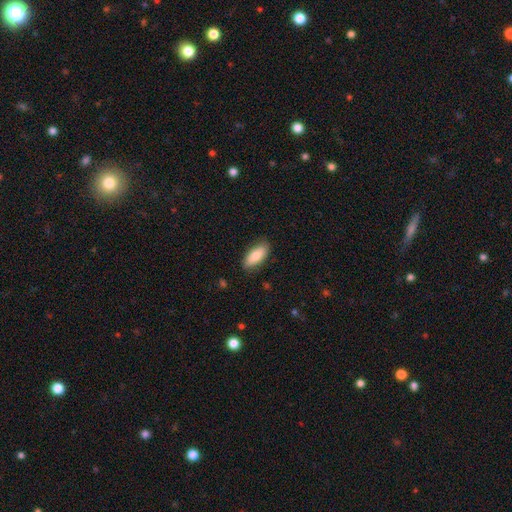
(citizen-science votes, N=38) This appears to be a smooth galaxy with no disk features (89%) that is in between round and cigar-shaped (82%). Merging: none (89%).